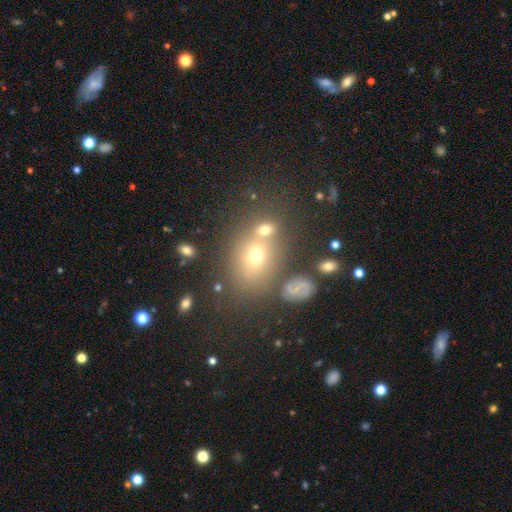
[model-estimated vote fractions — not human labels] smooth 54%, star or artifact 26%, featured or disk 19%. Down the decision tree: how rounded — in between (50%); merging — none (54%).